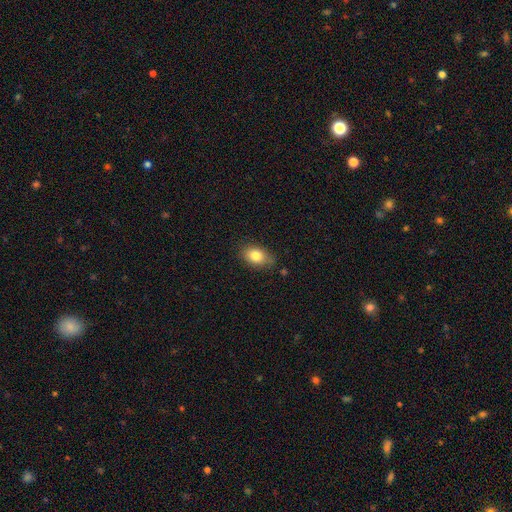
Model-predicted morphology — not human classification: Overall: smooth (81%). How rounded: in between (81%). Merging: none (77%).